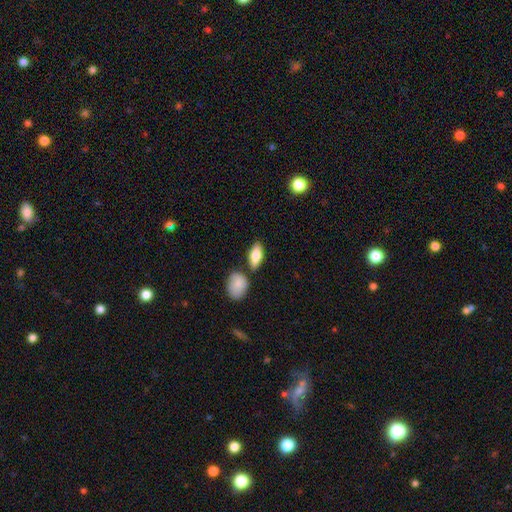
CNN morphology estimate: Smooth or featured?
  - smooth: 79% *
  - featured or disk: 15%
  - star or artifact: 6%
How rounded?
  - in between: 83% *
  - cigar-shaped: 13%
  - round: 4%
Merging?
  - none: 75% *
  - minor disturbance: 12%
  - merger: 10%
  - major disturbance: 3%